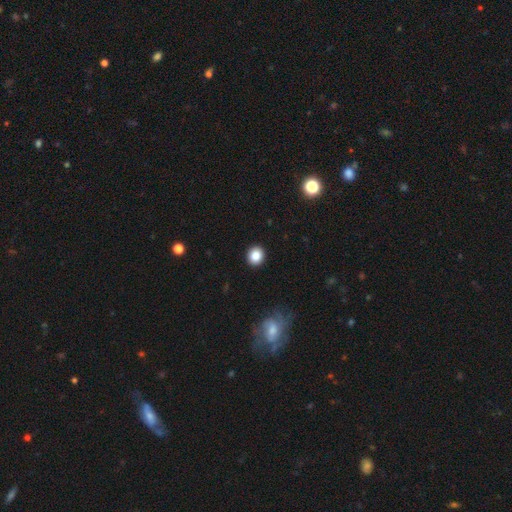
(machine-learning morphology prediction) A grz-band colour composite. It shows a smooth galaxy with no disk features (86%) that is round (81%). Merging: none (92%).